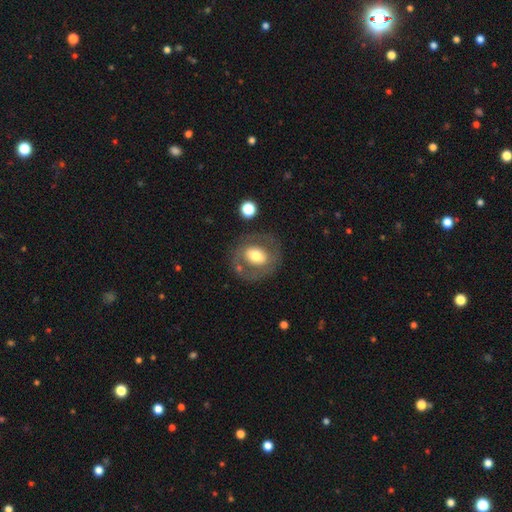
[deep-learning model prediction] Smooth or featured: smooth — 49% (featured or disk — 43%)
Merging: none — 73% (minor disturbance — 14%)